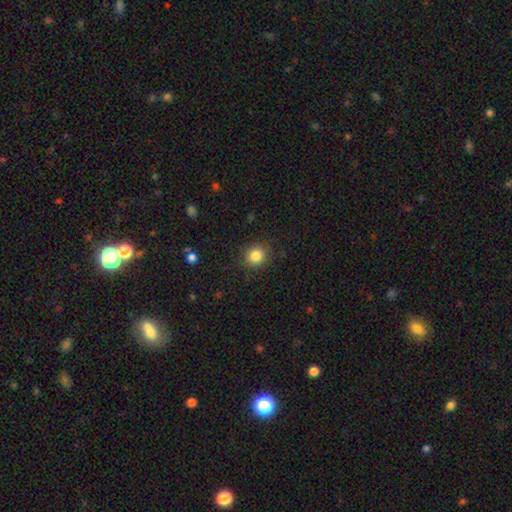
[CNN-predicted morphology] Smooth or featured: smooth — 84% (star or artifact — 11%)
How rounded: round — 86% (in between — 13%)
Merging: none — 88% (minor disturbance — 8%)